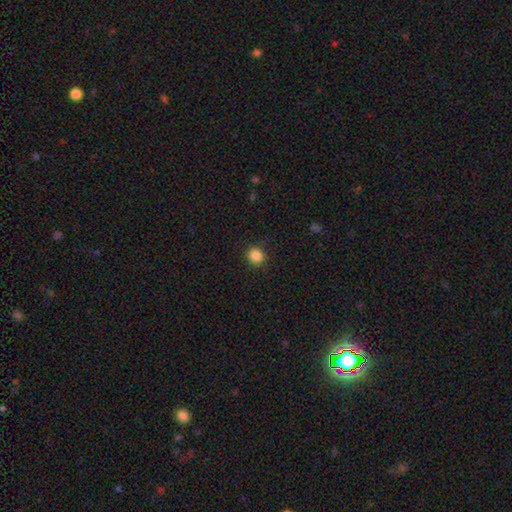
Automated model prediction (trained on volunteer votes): Smooth or featured: smooth — 86% (star or artifact — 11%)
How rounded: round — 89% (in between — 11%)
Merging: none — 89% (minor disturbance — 7%)